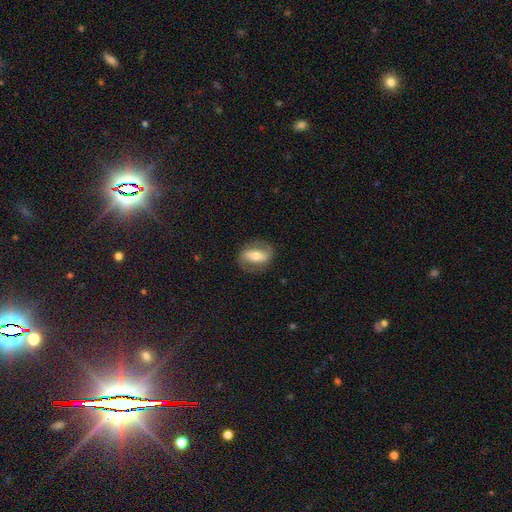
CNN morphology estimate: This appears to be a featured or disk galaxy (63%) with a strong bar (49%), spiral arms (75%) and a moderate central bulge (58%). Merging: none (79%).